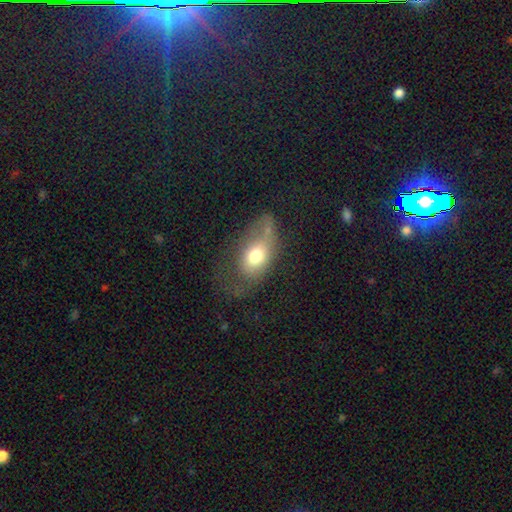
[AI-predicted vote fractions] Morphology: type=smooth (67%); roundness=in between (84%); merging=none (35%).